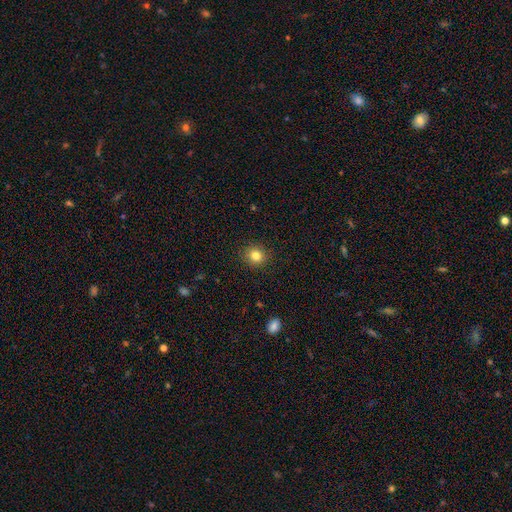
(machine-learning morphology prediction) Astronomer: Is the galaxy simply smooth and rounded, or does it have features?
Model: smooth — 82%.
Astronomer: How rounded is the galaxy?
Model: round — 87%.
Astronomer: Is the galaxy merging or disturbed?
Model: none — 91%.